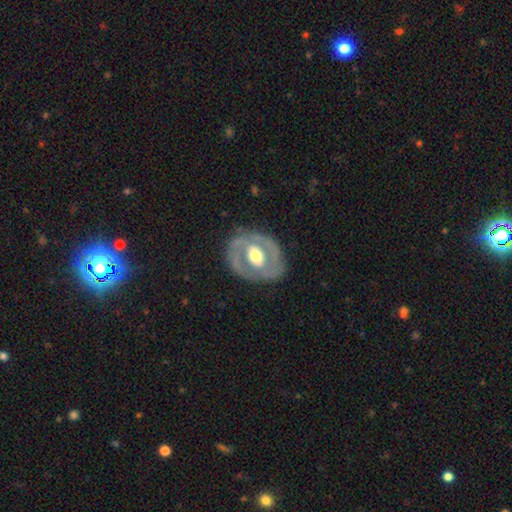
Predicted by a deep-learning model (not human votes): Smooth or featured? Predicted: featured or disk (p=0.69). Edge-on disk? Predicted: no (p=0.95). Bar? Predicted: no (p=0.52). Spiral arms? Predicted: no (p=0.61). Bulge size? Predicted: moderate (p=0.60). Merging? Predicted: none (p=0.74).